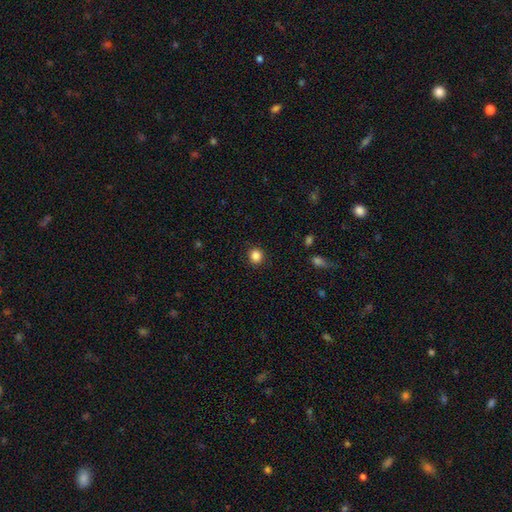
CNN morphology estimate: This is clearly a smooth galaxy (86%). How rounded: clearly round (90%). Merging: clearly none (91%).